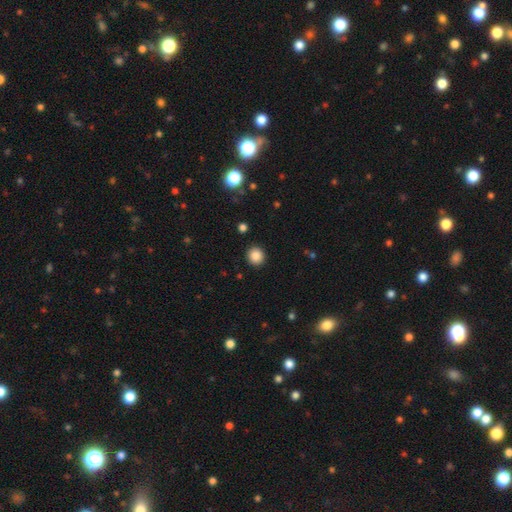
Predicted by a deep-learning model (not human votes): This is clearly a smooth galaxy (87%). How rounded: clearly round (90%). Merging: clearly none (92%).